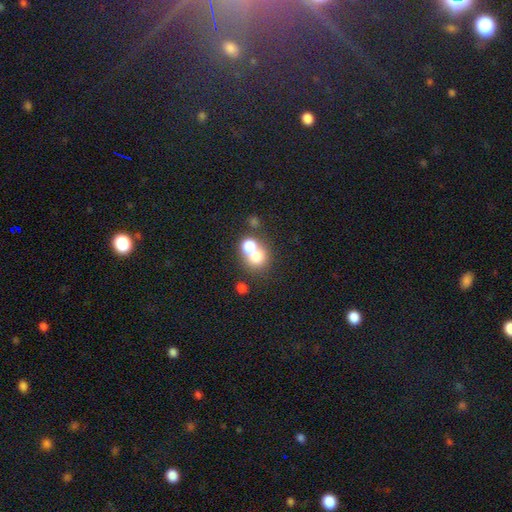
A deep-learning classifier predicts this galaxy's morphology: Overall: smooth (69%). How rounded: round (78%). Merging: merger (55%; none 36%).